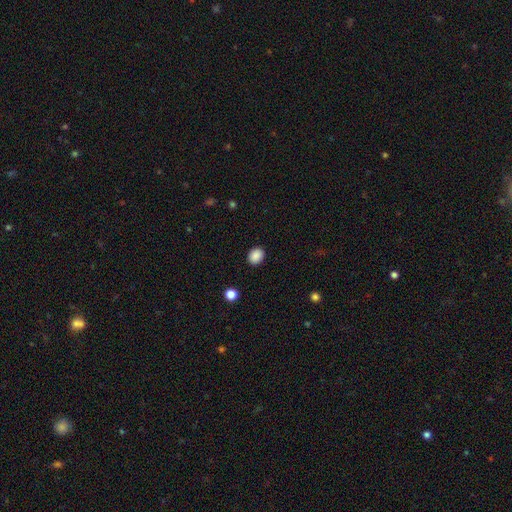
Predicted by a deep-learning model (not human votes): This is clearly a smooth galaxy (88%). How rounded: possibly in between (50%). Merging: clearly none (90%).